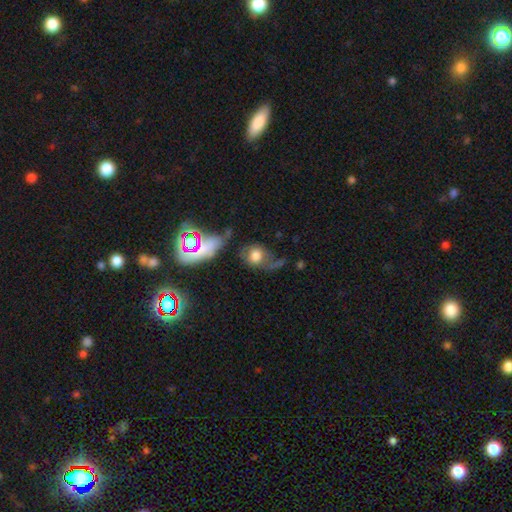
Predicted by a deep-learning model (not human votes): smooth-or-featured: smooth: 60% | featured or disk: 26% | star or artifact: 14%
  how-rounded: round: 62% | in between: 36% | cigar-shaped: 2%
  merging: none: 33% | major disturbance: 32% | minor disturbance: 24% | merger: 11%